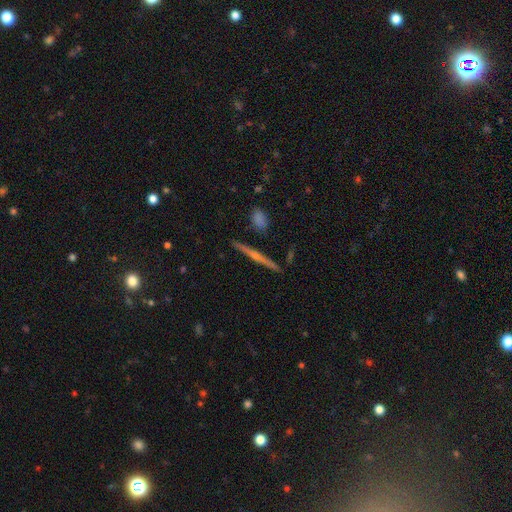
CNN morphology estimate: A featured or disk galaxy (76%) viewed edge-on (98%) with a rounded central bulge (81%). Merging: none (91%).